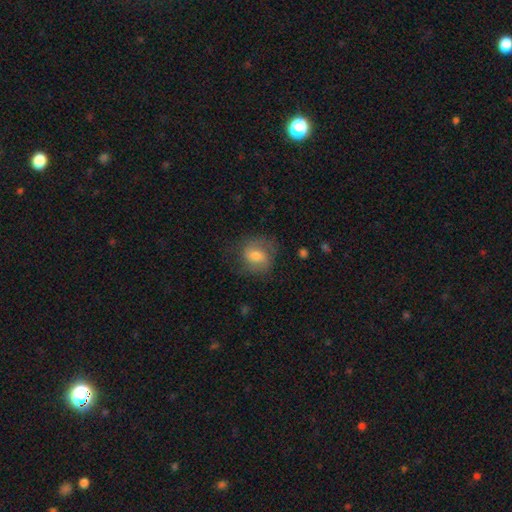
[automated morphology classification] Q: Smooth or featured?
A: smooth (52%); runner-up: featured or disk (39%)
Q: How rounded?
A: round (58%); runner-up: in between (40%)
Q: Merging?
A: none (67%); runner-up: minor disturbance (20%)